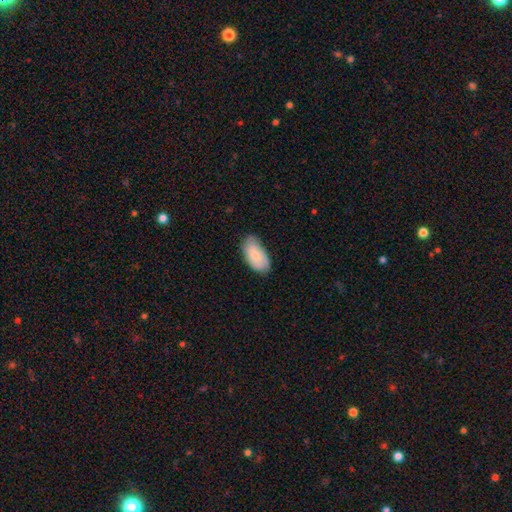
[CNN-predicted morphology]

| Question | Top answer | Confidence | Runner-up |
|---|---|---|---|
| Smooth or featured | smooth | 77% | featured or disk (18%) |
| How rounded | in between | 95% | cigar-shaped (3%) |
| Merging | none | 75% | minor disturbance (21%) |